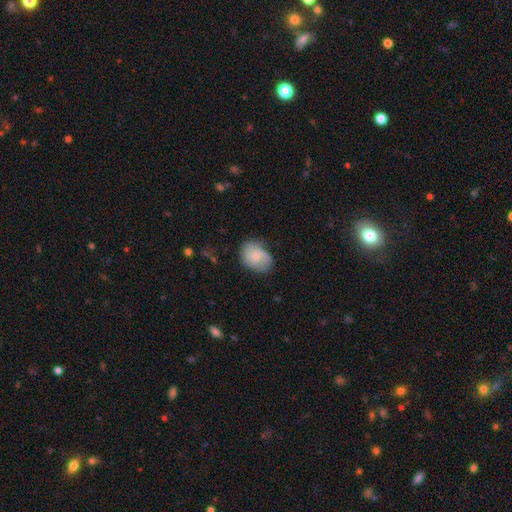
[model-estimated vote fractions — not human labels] This appears to be a smooth galaxy with no disk features (49%). Merging: none (64%).